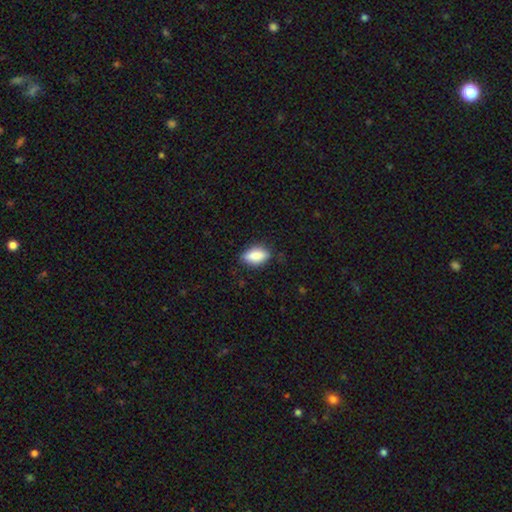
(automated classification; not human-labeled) Smooth or featured?
  - smooth: 82% *
  - featured or disk: 11%
  - star or artifact: 7%
How rounded?
  - in between: 85% *
  - cigar-shaped: 10%
  - round: 5%
Merging?
  - none: 80% *
  - minor disturbance: 16%
  - major disturbance: 3%
  - merger: 1%